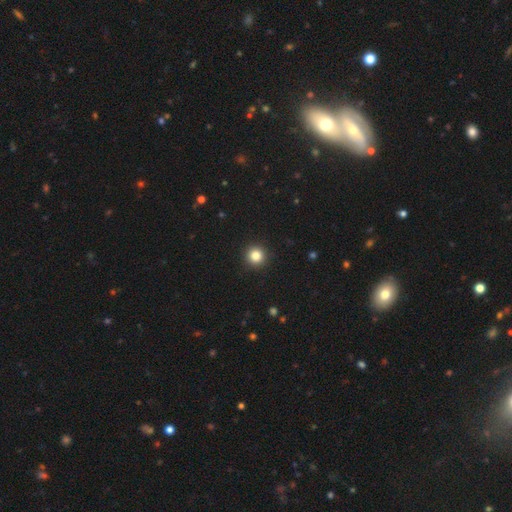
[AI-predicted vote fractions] Q: Smooth or featured?
A: smooth (84%); runner-up: star or artifact (11%)
Q: How rounded?
A: round (96%); runner-up: in between (3%)
Q: Merging?
A: none (93%); runner-up: minor disturbance (4%)